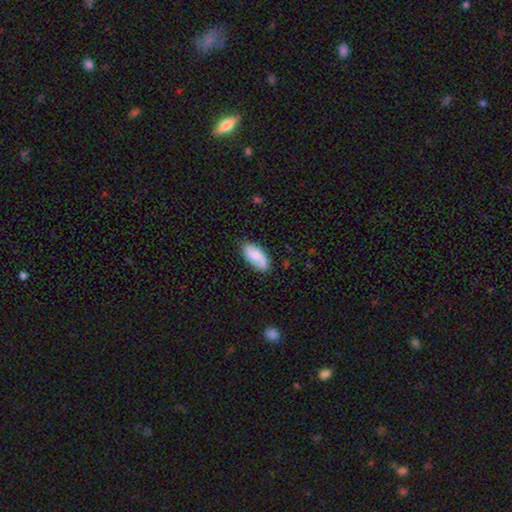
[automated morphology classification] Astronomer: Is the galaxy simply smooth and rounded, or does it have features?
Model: smooth — 63%.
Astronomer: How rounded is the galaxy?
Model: in between — 92%.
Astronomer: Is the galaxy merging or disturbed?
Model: none — 77%.